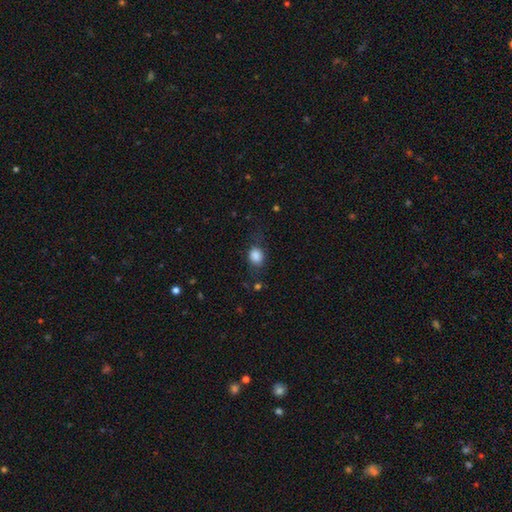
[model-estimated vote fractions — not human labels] Smooth or featured?
  - smooth: 85% *
  - star or artifact: 9%
  - featured or disk: 5%
How rounded?
  - round: 53% *
  - in between: 46%
  - cigar-shaped: 1%
Merging?
  - none: 68% *
  - minor disturbance: 21%
  - major disturbance: 10%
  - merger: 2%